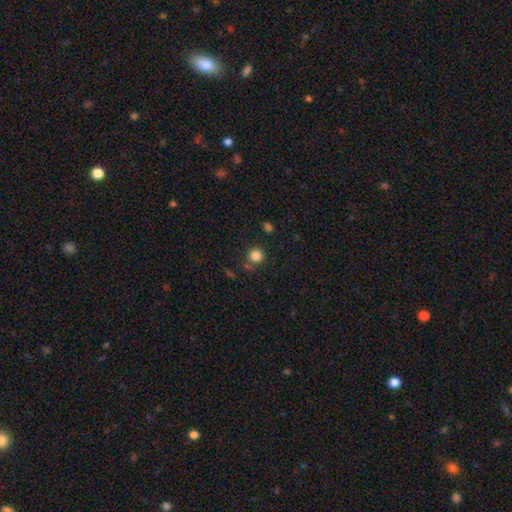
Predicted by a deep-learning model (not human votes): This appears to be a smooth galaxy with no disk features (83%) that is round (92%). Merging: none (78%).